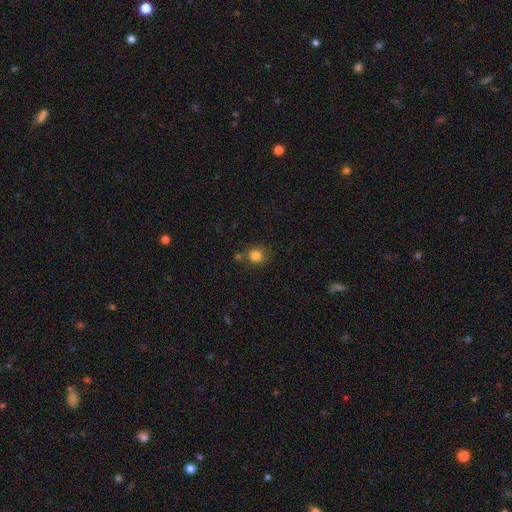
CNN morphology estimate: smooth 83%, star or artifact 12%, featured or disk 5%. Down the decision tree: how rounded — round (82%); merging — none (74%).